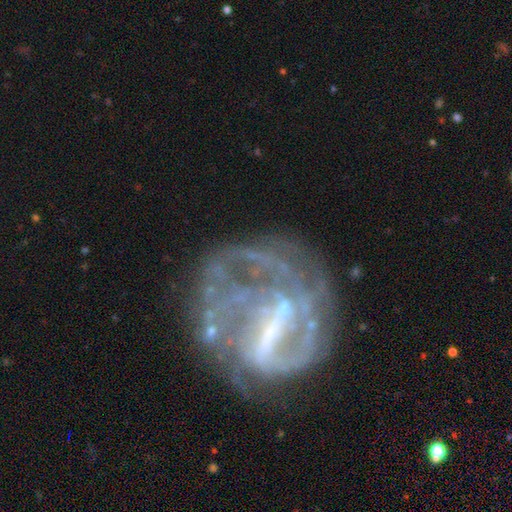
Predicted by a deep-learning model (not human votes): Morphology: type=featured or disk (82%); edge-on=no (97%); bar=strong (48%); spiral arms=yes (72%); winding=tight (37%); arm count=can't tell (37%); bulge=none (46%); merging=none (47%).